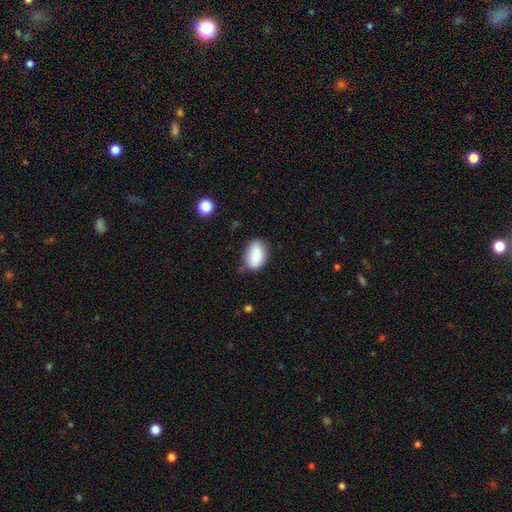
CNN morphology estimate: A smooth galaxy with no disk features (86%) that is in between round and cigar-shaped (89%). Merging: none (69%).